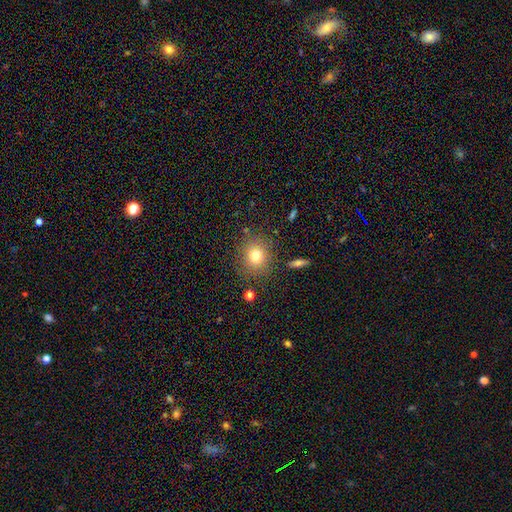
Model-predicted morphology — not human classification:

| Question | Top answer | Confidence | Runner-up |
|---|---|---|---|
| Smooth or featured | smooth | 76% | star or artifact (13%) |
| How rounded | round | 83% | in between (15%) |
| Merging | none | 84% | minor disturbance (10%) |